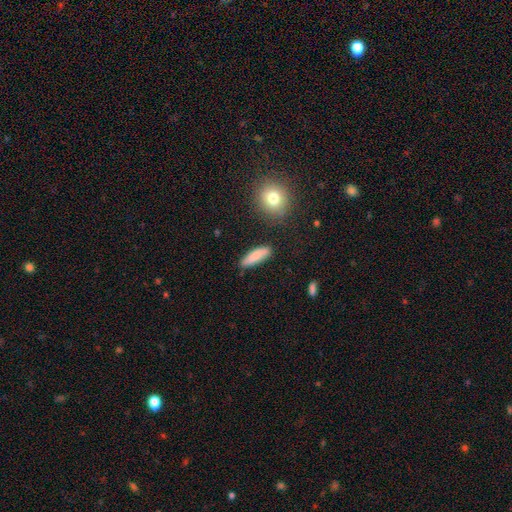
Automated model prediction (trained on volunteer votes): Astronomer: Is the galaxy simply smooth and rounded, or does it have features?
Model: smooth — 82%.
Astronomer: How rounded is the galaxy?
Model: cigar-shaped — 54% (runner-up: in between, 43%).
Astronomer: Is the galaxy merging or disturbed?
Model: none — 81%.